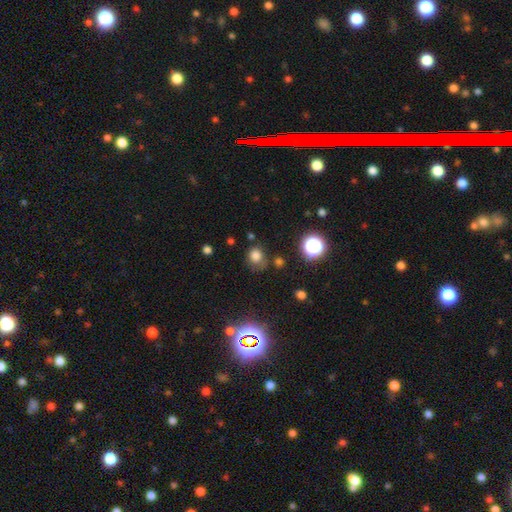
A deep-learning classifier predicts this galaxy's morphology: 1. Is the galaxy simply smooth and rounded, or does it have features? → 74% smooth, 19% star or artifact, 7% featured or disk.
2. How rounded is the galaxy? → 72% round, 27% in between, 1% cigar-shaped.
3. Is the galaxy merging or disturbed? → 64% none, 21% minor disturbance, 9% major disturbance, 6% merger.